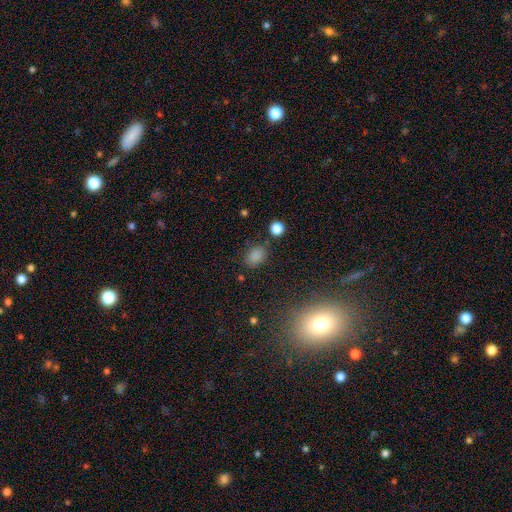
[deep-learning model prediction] Smooth or featured?
  - smooth: 82% *
  - star or artifact: 13%
  - featured or disk: 5%
How rounded?
  - in between: 76% *
  - round: 23%
  - cigar-shaped: 1%
Merging?
  - none: 78% *
  - minor disturbance: 14%
  - major disturbance: 4%
  - merger: 4%